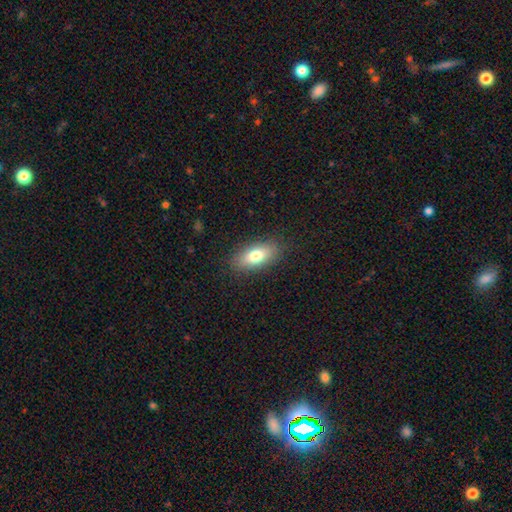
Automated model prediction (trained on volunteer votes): Smooth or featured: smooth — 75% (featured or disk — 17%)
How rounded: in between — 84% (cigar-shaped — 11%)
Merging: none — 87% (minor disturbance — 10%)